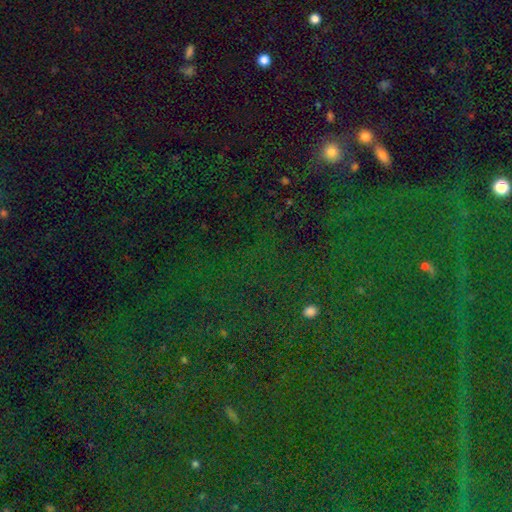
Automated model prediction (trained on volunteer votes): Q: Smooth or featured?
A: star or artifact (80%); runner-up: smooth (12%)